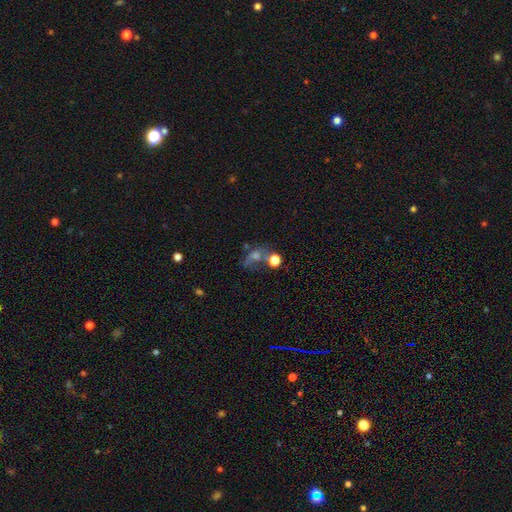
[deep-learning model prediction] Smooth or featured? Predicted: smooth (p=0.38). Merging? Predicted: none (p=0.38).